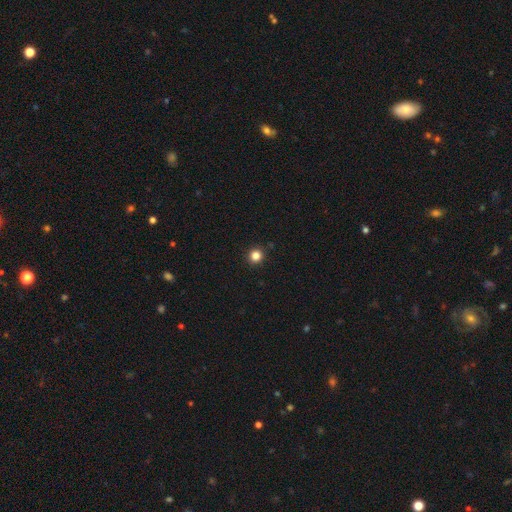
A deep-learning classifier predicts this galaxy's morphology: This appears to be a smooth galaxy with no disk features (83%) that is round (95%). Merging: none (93%).